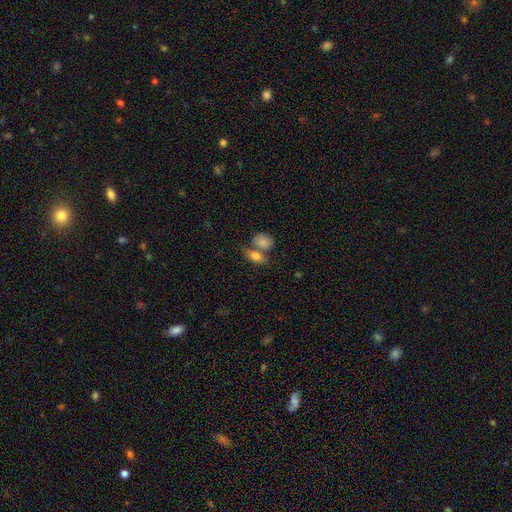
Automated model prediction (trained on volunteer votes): A smooth galaxy with no disk features (75%) that is in between round and cigar-shaped (75%). Merging: none (46%).